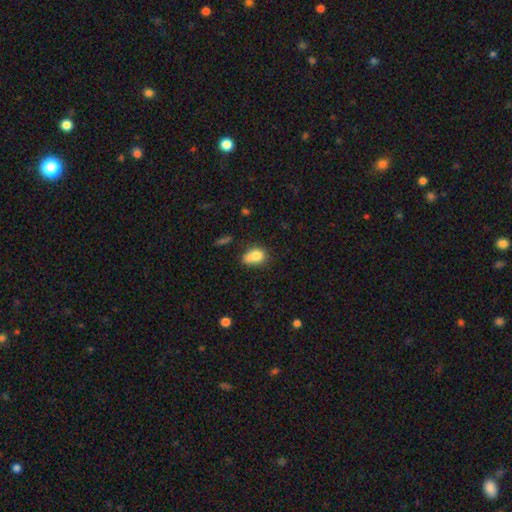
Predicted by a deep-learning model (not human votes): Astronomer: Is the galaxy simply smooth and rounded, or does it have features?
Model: smooth — 79%.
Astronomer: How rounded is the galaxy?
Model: in between — 71%.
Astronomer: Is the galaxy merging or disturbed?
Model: none — 42% (runner-up: minor disturbance, 32%).